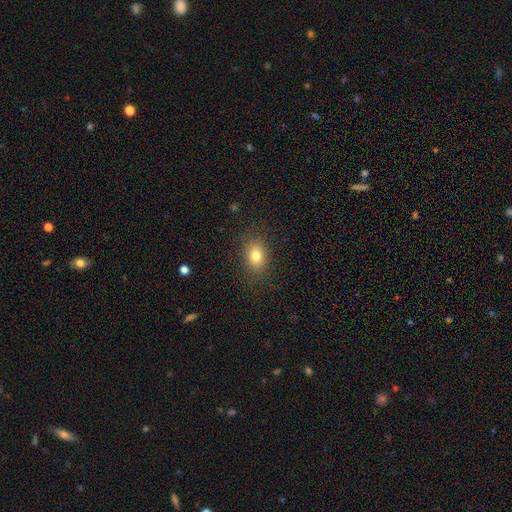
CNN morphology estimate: A smooth galaxy with no disk features (80%) that is in between round and cigar-shaped (73%). Merging: none (85%).